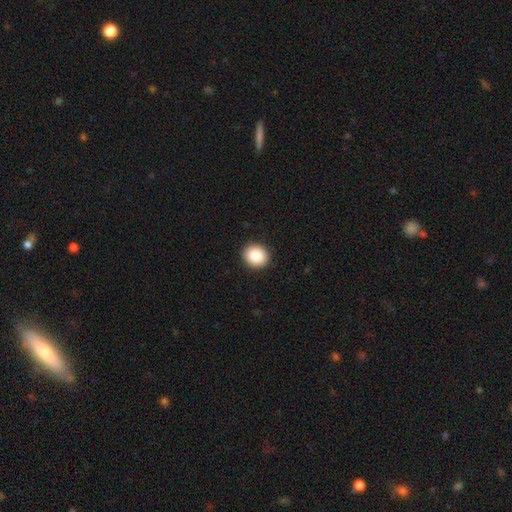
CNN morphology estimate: A smooth galaxy with no disk features (88%) that is round (73%). Merging: none (92%).